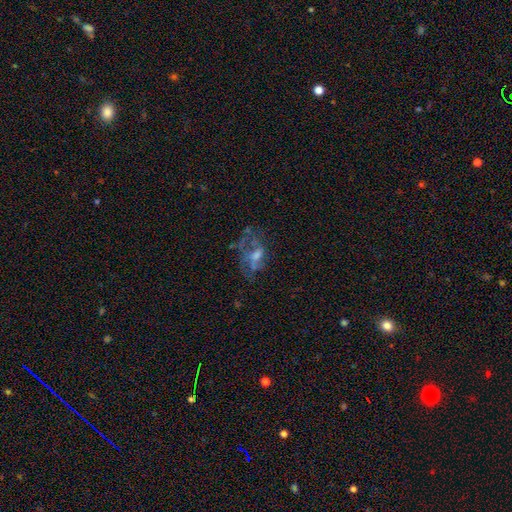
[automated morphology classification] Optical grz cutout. It shows a featured or disk galaxy (60%) with no bar (64%), no spiral arms (63%) and a moderate central bulge (41%). Merging: none (40%).